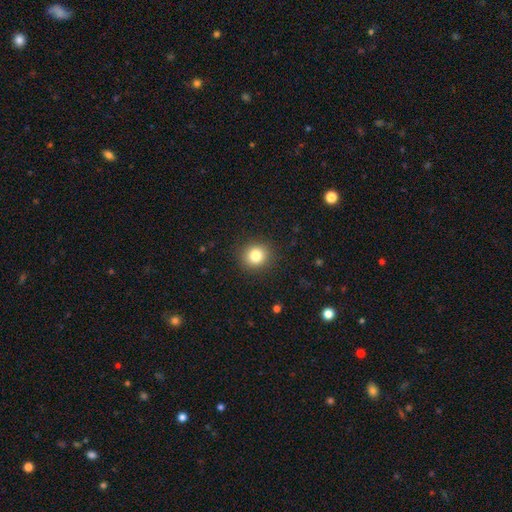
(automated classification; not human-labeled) Overall: smooth (82%). How rounded: round (87%). Merging: none (90%).